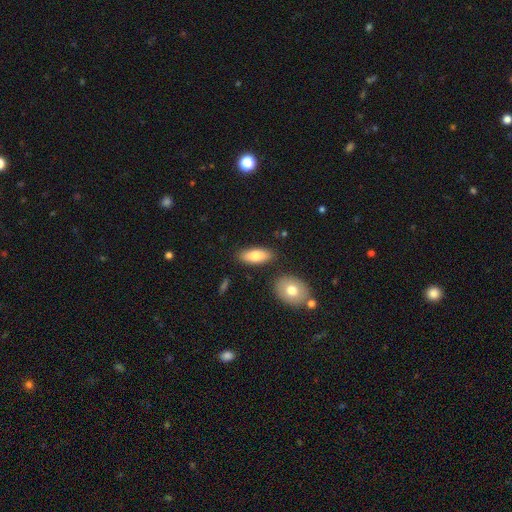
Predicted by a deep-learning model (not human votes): Smooth or featured? Predicted: smooth (p=0.78). How rounded? Predicted: in between (p=0.83). Merging? Predicted: none (p=0.82).